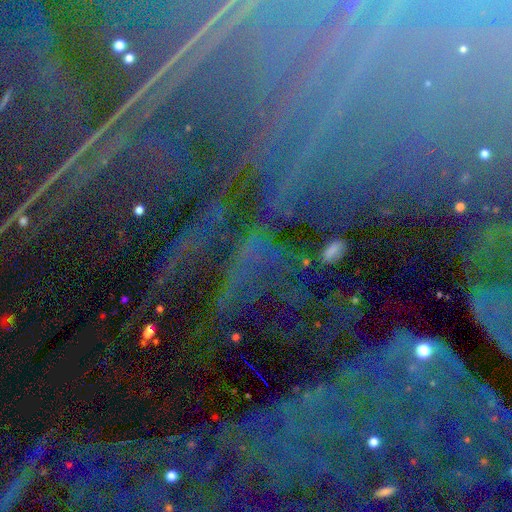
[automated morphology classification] smooth-or-featured: star or artifact: 86% | featured or disk: 8% | smooth: 6%